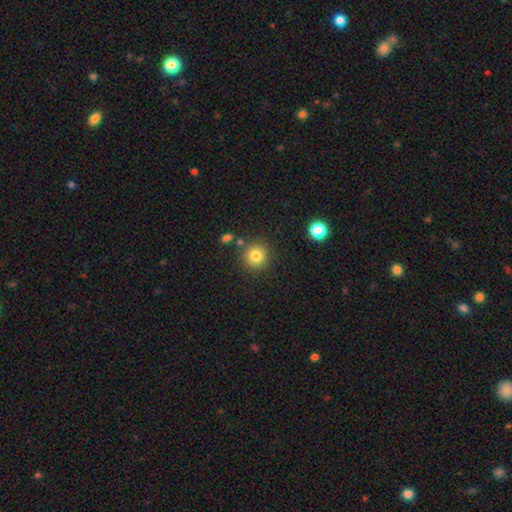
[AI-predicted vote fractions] Smooth or featured: smooth — 82% (star or artifact — 11%)
How rounded: round — 94% (in between — 5%)
Merging: none — 84% (minor disturbance — 8%)